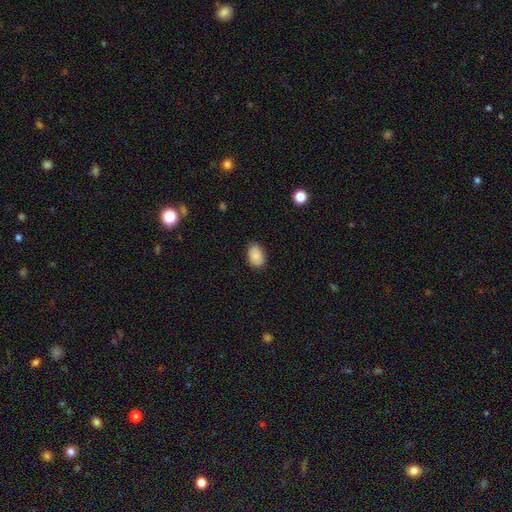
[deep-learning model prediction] Smooth or featured? smooth (86%)
How rounded? in between (86%)
Merging? none (82%)